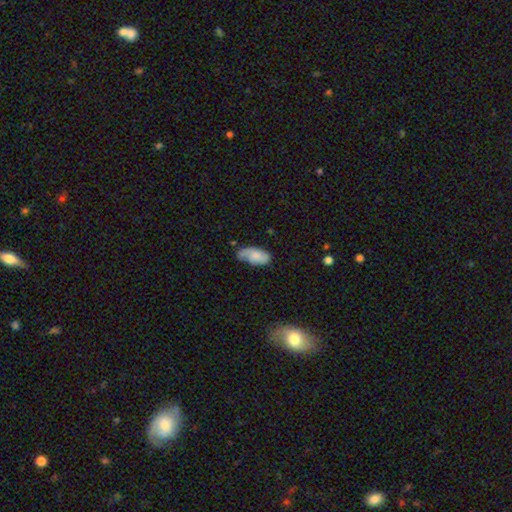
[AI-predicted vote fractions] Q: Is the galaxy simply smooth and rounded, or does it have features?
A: smooth — 56%.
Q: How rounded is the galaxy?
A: in between — 92%.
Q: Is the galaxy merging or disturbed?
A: none — 51%.